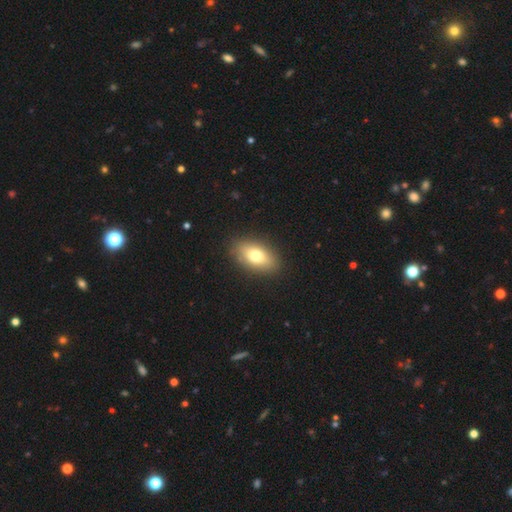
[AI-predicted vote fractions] smooth 74%, featured or disk 18%, star or artifact 8%. Down the decision tree: how rounded — in between (88%); merging — none (87%).